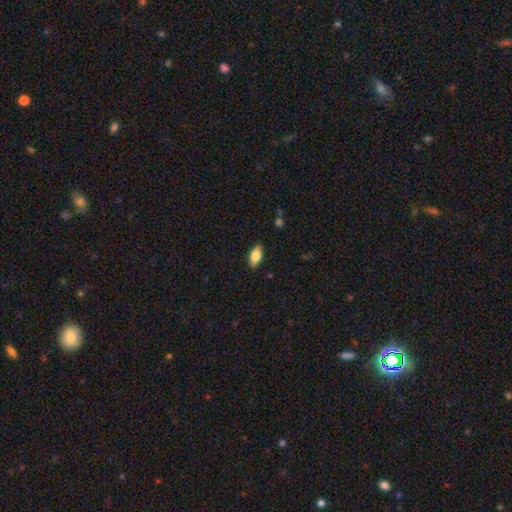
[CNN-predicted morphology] smooth 73%, featured or disk 21%, star or artifact 7%. Down the decision tree: how rounded — in between (86%); merging — none (87%).